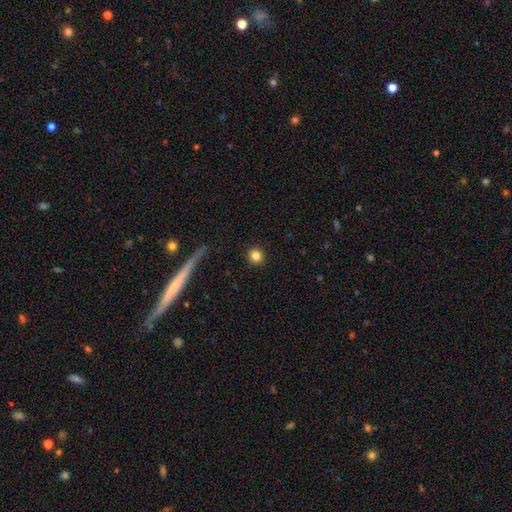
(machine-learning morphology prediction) This is clearly a smooth galaxy (84%). How rounded: clearly round (90%). Merging: clearly none (92%).